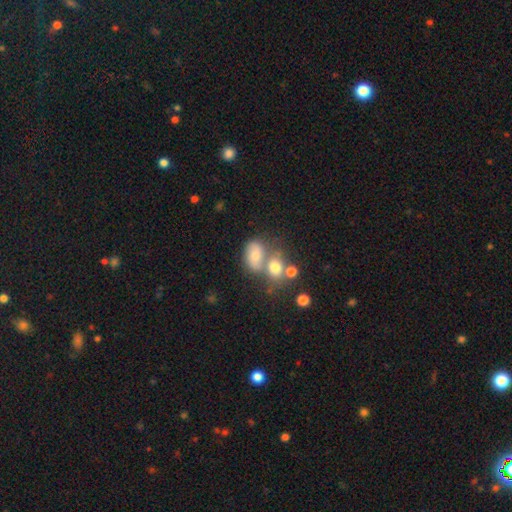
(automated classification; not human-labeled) Q: Smooth or featured?
A: smooth (63%); runner-up: featured or disk (23%)
Q: How rounded?
A: in between (74%); runner-up: round (24%)
Q: Merging?
A: merger (50%); runner-up: none (32%)